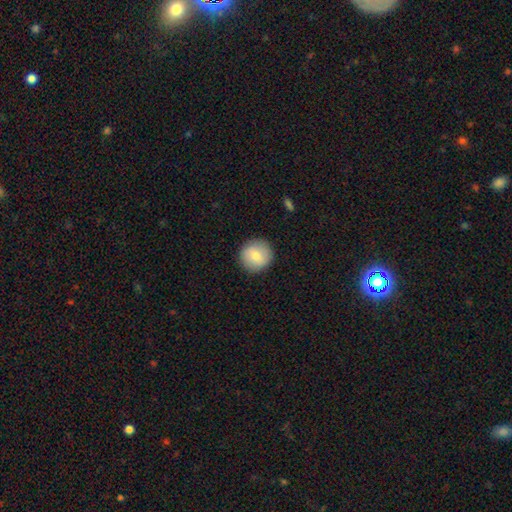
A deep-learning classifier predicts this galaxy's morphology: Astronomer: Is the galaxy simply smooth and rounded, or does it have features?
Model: smooth — 77%.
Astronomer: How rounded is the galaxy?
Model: round — 94%.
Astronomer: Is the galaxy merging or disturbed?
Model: none — 90%.